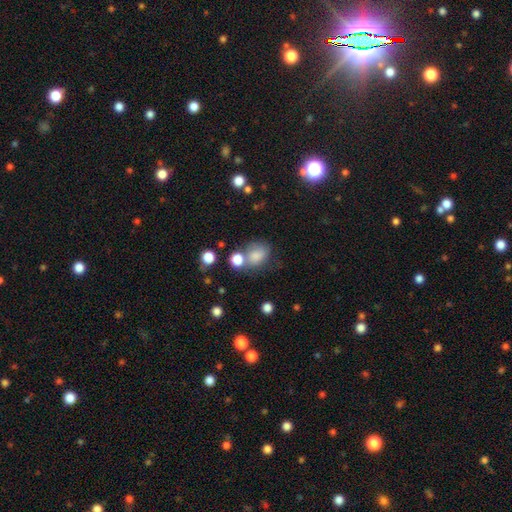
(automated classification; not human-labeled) smooth 78%, star or artifact 12%, featured or disk 10%. Down the decision tree: how rounded — round (53%); merging — none (50%).